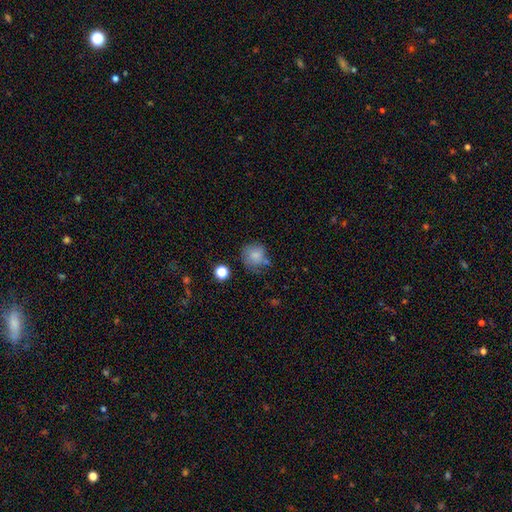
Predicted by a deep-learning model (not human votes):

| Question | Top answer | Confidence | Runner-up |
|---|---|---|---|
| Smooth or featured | smooth | 81% | star or artifact (10%) |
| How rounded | round | 86% | in between (13%) |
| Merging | none | 63% | minor disturbance (21%) |